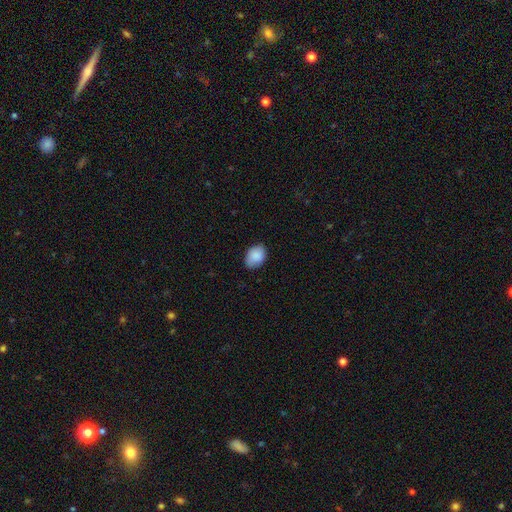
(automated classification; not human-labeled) Morphology: type=smooth (88%); roundness=in between (75%); merging=none (75%).